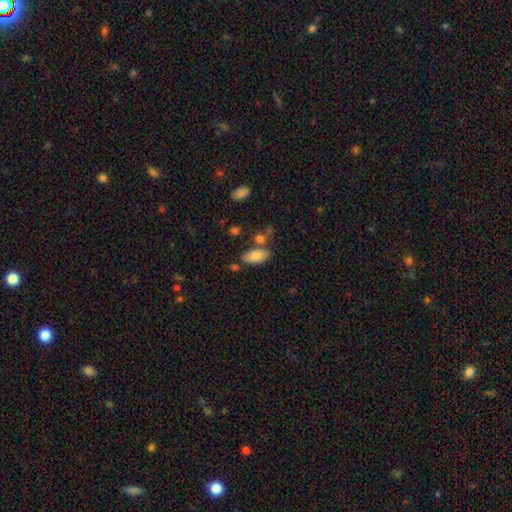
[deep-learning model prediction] smooth 82%, featured or disk 11%, star or artifact 7%. Down the decision tree: how rounded — in between (89%); merging — none (67%).